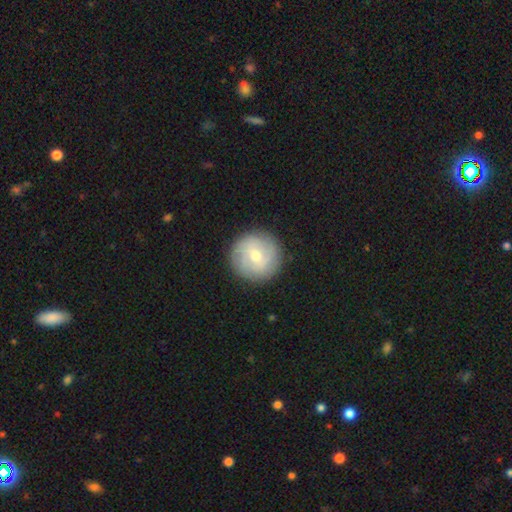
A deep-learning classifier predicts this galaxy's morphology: This appears to be a smooth galaxy with no disk features (47%). Merging: none (89%).